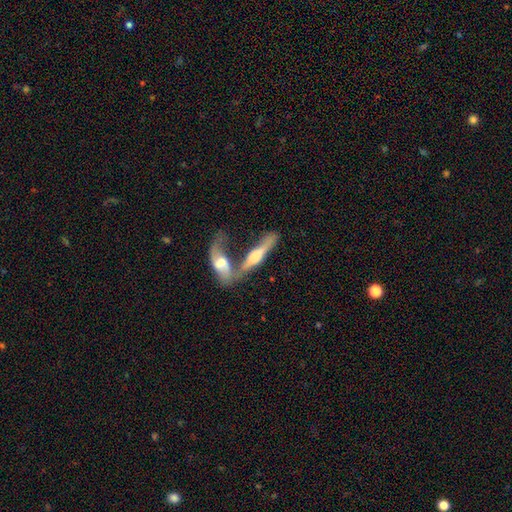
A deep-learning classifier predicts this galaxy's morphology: A featured or disk galaxy (60%) viewed edge-on (77%). Merging: merger (62%).